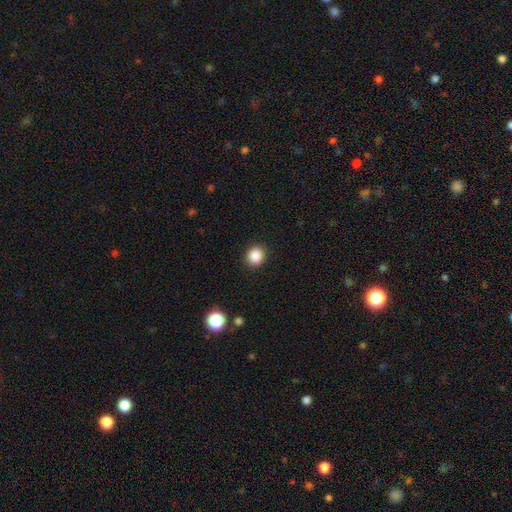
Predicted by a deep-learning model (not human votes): Q: Smooth or featured?
A: smooth (87%); runner-up: star or artifact (10%)
Q: How rounded?
A: round (81%); runner-up: in between (18%)
Q: Merging?
A: none (91%); runner-up: minor disturbance (6%)